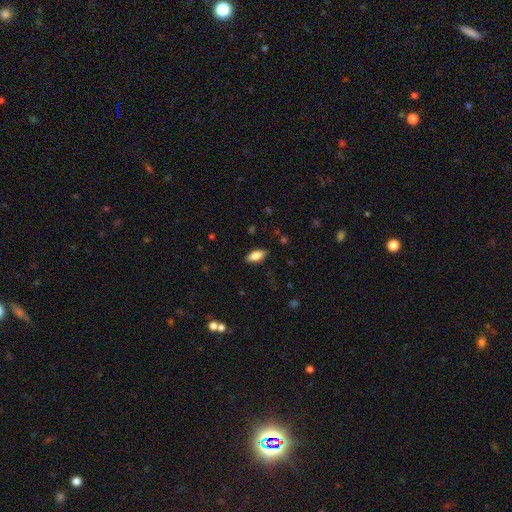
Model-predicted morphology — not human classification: Smooth or featured?
  - smooth: 76% *
  - featured or disk: 17%
  - star or artifact: 7%
How rounded?
  - in between: 83% *
  - cigar-shaped: 15%
  - round: 3%
Merging?
  - none: 85% *
  - minor disturbance: 11%
  - major disturbance: 3%
  - merger: 1%